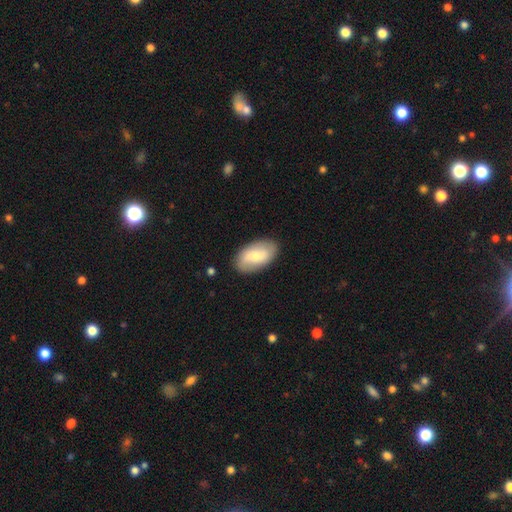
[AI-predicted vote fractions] Smooth or featured?
  - smooth: 66% *
  - featured or disk: 28%
  - star or artifact: 6%
How rounded?
  - in between: 94% *
  - round: 4%
  - cigar-shaped: 2%
Merging?
  - none: 86% *
  - minor disturbance: 10%
  - major disturbance: 3%
  - merger: 1%